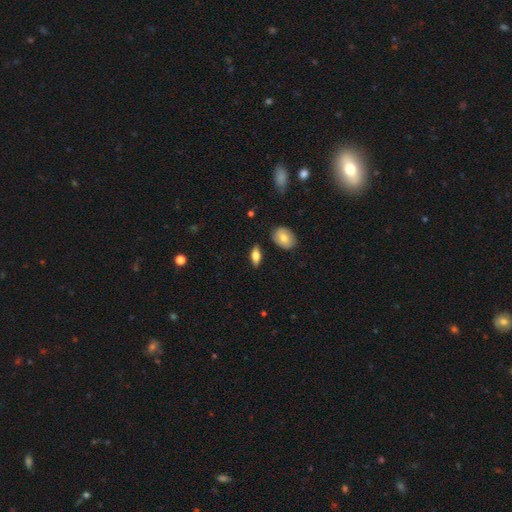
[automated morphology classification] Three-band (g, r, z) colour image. It shows a smooth galaxy with no disk features (70%) that is in between round and cigar-shaped (80%). Merging: none (84%).